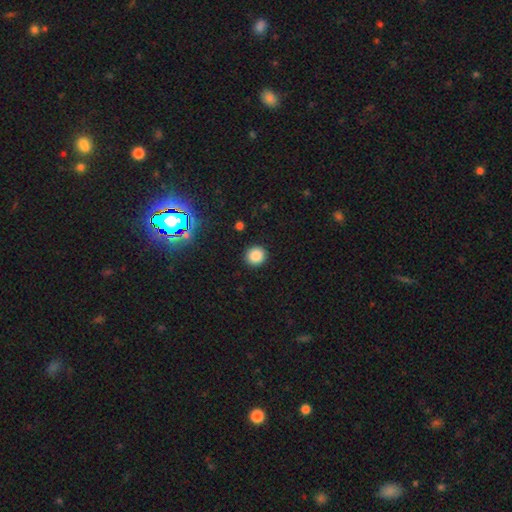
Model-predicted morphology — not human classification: type=smooth (85%); roundness=round (92%); merging=none (92%).